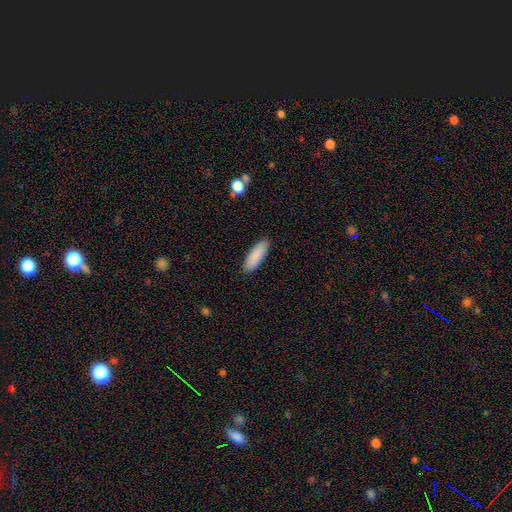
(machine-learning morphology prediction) type=smooth (89%); roundness=in between (52%); merging=none (90%).